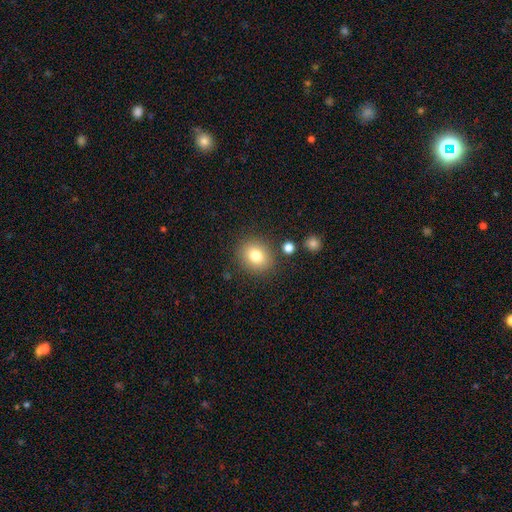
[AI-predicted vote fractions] Smooth or featured: smooth — 79% (star or artifact — 11%)
How rounded: round — 65% (in between — 34%)
Merging: none — 84% (minor disturbance — 9%)